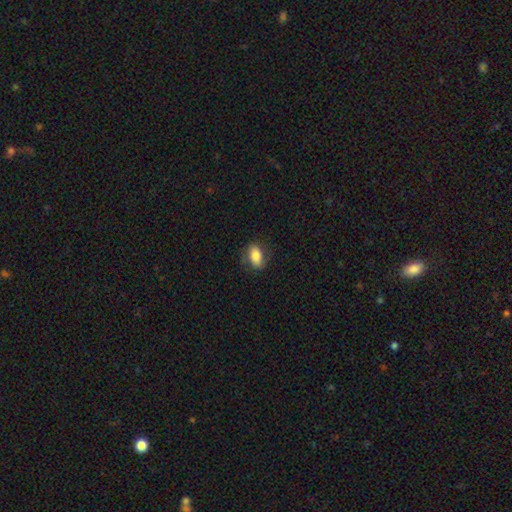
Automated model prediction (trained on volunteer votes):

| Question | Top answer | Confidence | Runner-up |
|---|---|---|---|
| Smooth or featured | smooth | 78% | featured or disk (14%) |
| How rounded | in between | 87% | round (9%) |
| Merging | none | 77% | minor disturbance (17%) |